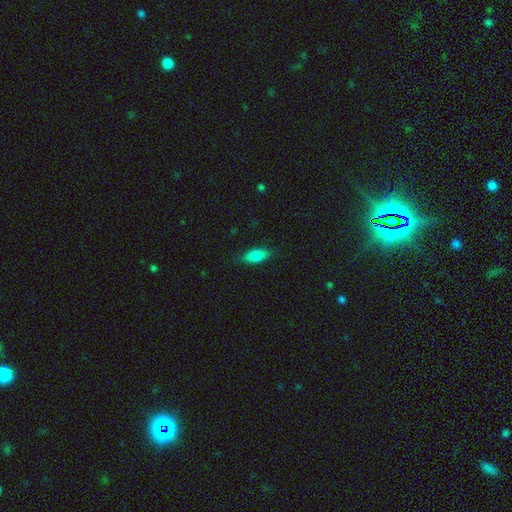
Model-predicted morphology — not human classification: Smooth or featured: smooth — 79% (featured or disk — 14%)
How rounded: in between — 79% (cigar-shaped — 18%)
Merging: none — 83% (minor disturbance — 14%)